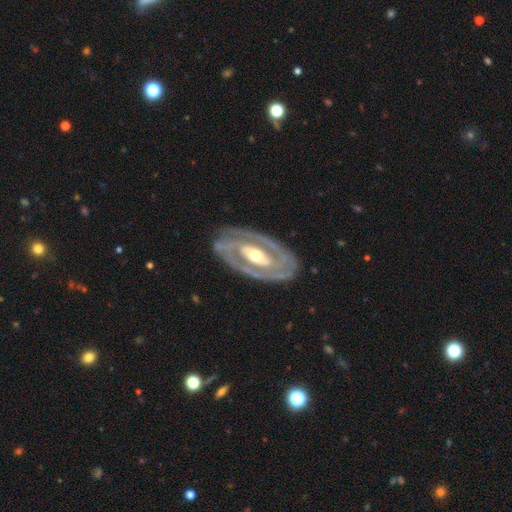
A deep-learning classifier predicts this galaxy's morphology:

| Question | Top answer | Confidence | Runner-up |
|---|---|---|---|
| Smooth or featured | featured or disk | 86% | smooth (9%) |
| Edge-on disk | no | 92% | yes (8%) |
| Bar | strong | 36% | weak (33%) |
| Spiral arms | yes | 80% | no (20%) |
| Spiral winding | tight | 66% | medium (27%) |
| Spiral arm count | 2 | 66% | can't tell (19%) |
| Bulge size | moderate | 66% | small (25%) |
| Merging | none | 82% | minor disturbance (12%) |